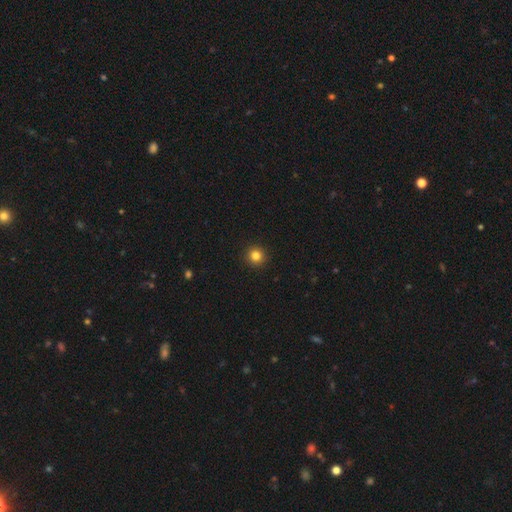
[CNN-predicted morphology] smooth_or_featured: smooth (p=0.83) [alt: star or artifact p=0.12]
how_rounded: round (p=0.94) [alt: in between p=0.05]
merging: none (p=0.93) [alt: minor disturbance p=0.04]